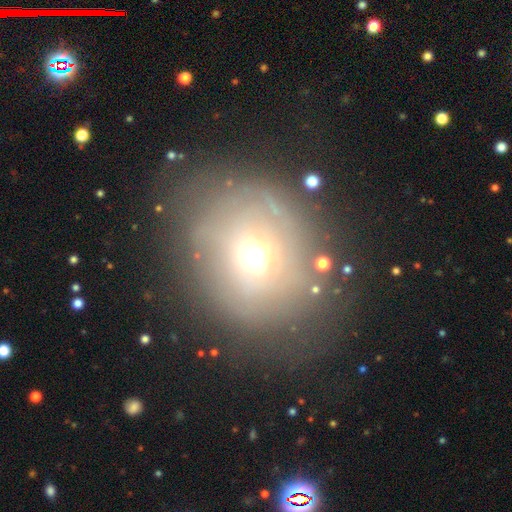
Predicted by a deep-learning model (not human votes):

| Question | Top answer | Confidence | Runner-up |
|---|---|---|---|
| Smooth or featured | smooth | 53% | featured or disk (29%) |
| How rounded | round | 72% | in between (27%) |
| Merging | none | 65% | minor disturbance (19%) |